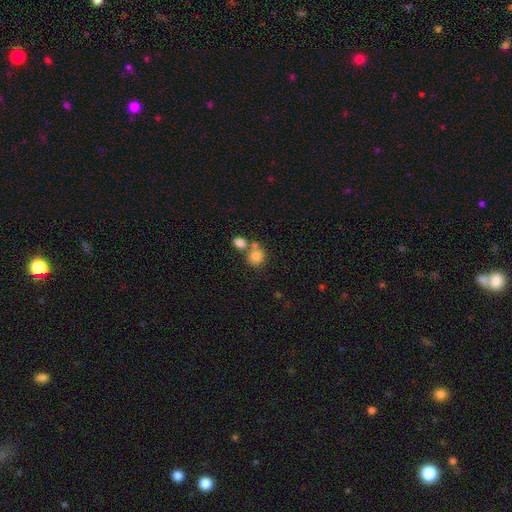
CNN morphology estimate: Smooth or featured? Predicted: smooth (p=0.81). How rounded? Predicted: round (p=0.79). Merging? Predicted: none (p=0.49).